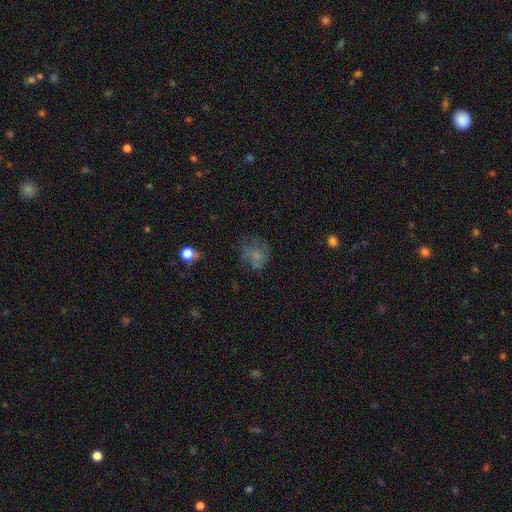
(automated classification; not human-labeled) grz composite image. It shows a smooth galaxy with no disk features (52%) that is round (67%). Merging: none (51%).